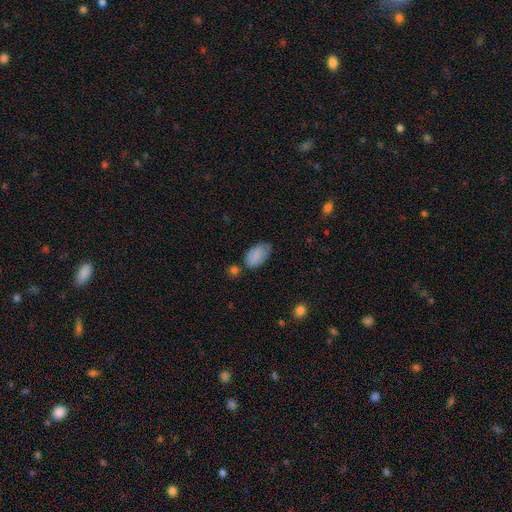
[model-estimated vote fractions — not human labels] Smooth or featured? Predicted: smooth (p=0.85). How rounded? Predicted: in between (p=0.93). Merging? Predicted: none (p=0.57).